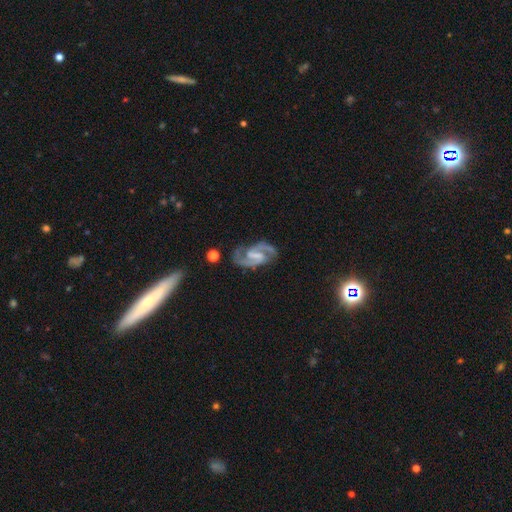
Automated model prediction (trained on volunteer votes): smooth_or_featured: featured or disk (p=0.91) [alt: star or artifact p=0.04]
disk_edge_on: no (p=0.98) [alt: yes p=0.02]
bar: weak (p=0.49) [alt: strong p=0.37]
has_spiral_arms: yes (p=0.98) [alt: no p=0.02]
spiral_winding: medium (p=0.63) [alt: tight p=0.21]
spiral_arm_count: 2 (p=0.93) [alt: can't tell p=0.02]
bulge_size: small (p=0.38) [tied with: none p=0.38]
merging: none (p=0.77) [alt: minor disturbance p=0.15]